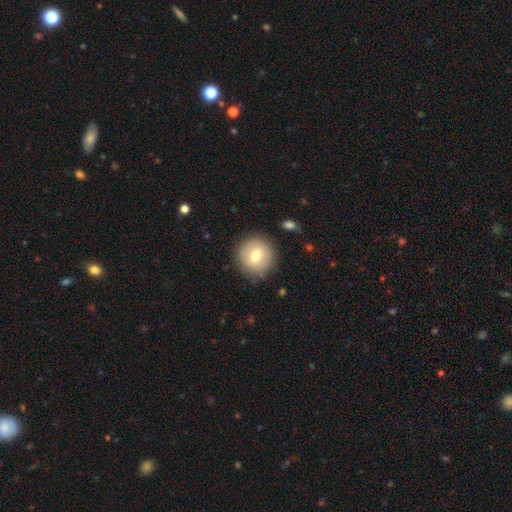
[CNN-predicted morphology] This appears to be a smooth galaxy with no disk features (67%) that is round (92%). Merging: none (85%).